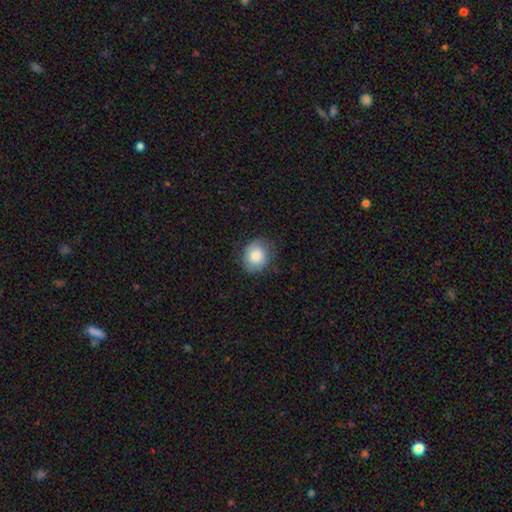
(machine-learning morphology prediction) This is clearly a smooth galaxy (82%). How rounded: likely round (76%). Merging: likely none (79%).